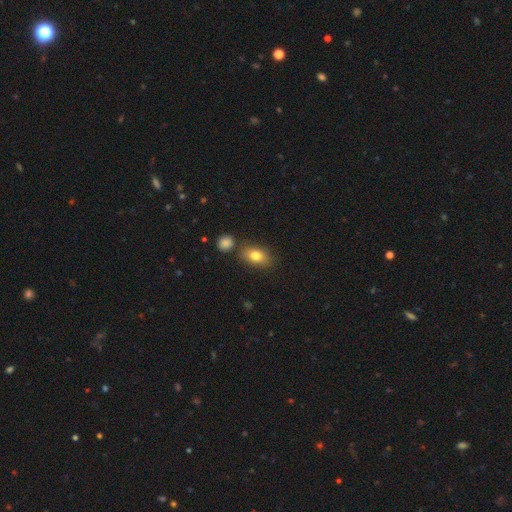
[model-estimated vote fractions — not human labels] Smooth or featured?
  - smooth: 80% *
  - featured or disk: 11%
  - star or artifact: 9%
How rounded?
  - in between: 83% *
  - round: 14%
  - cigar-shaped: 2%
Merging?
  - none: 75% *
  - minor disturbance: 13%
  - merger: 9%
  - major disturbance: 3%